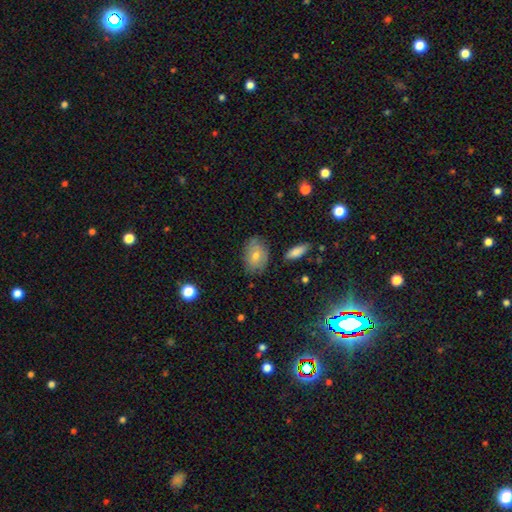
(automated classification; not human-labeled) Q: Smooth or featured?
A: smooth (62%); runner-up: featured or disk (26%)
Q: How rounded?
A: in between (77%); runner-up: round (21%)
Q: Merging?
A: none (76%); runner-up: minor disturbance (17%)